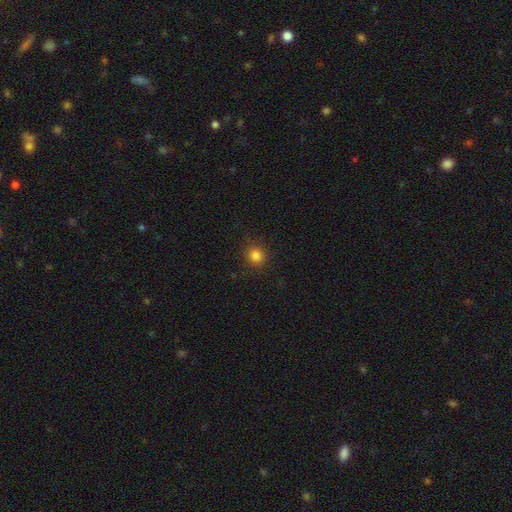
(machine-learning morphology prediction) smooth 83%, star or artifact 13%, featured or disk 4%. Down the decision tree: how rounded — round (91%); merging — none (90%).